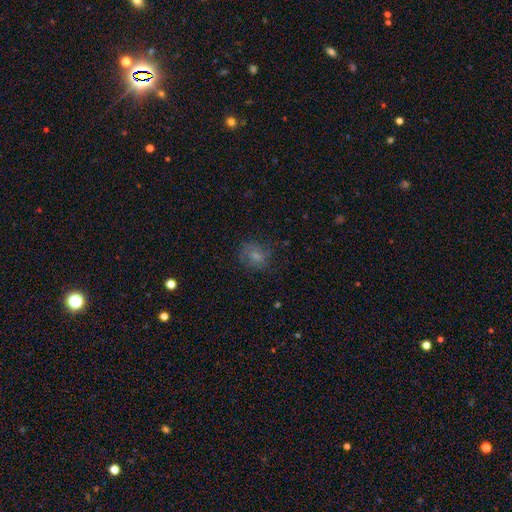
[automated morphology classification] The model was most divided on "how rounded": round: 62%, in between: 37%, cigar-shaped: 1%. More confident: merging — none (65%); smooth or featured — smooth (60%).